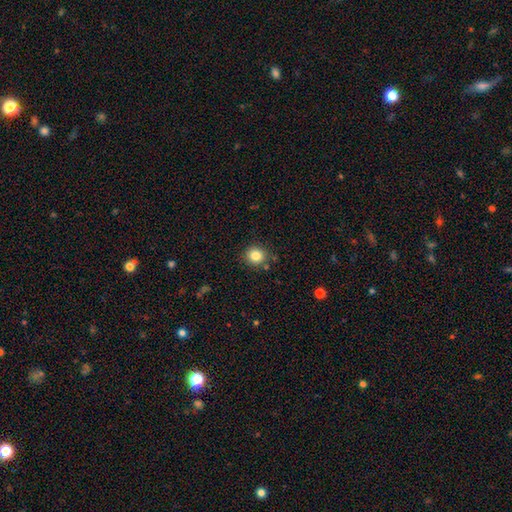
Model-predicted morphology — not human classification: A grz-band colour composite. It shows a smooth galaxy with no disk features (83%) that is round (87%). Merging: none (86%).